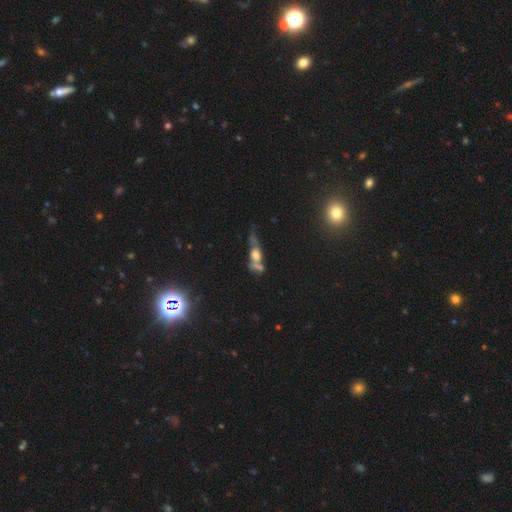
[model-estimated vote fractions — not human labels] A featured or disk galaxy (50%).

Vote fractions:
- Smooth or featured? featured or disk: 50% / smooth: 32% / star or artifact: 18%
- Merging? merger: 34% / none: 30% / major disturbance: 20% / minor disturbance: 16%